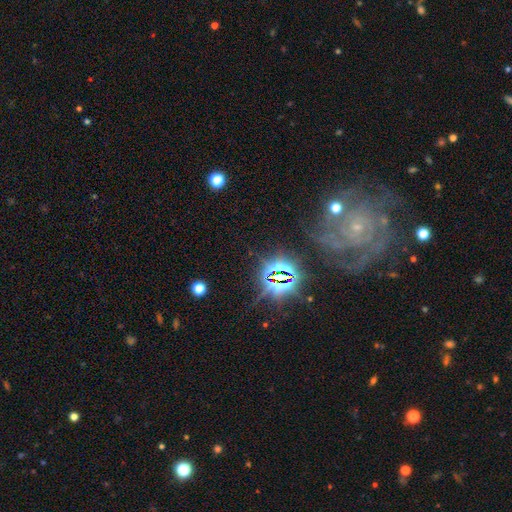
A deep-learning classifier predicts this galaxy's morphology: type=star or artifact (43%).